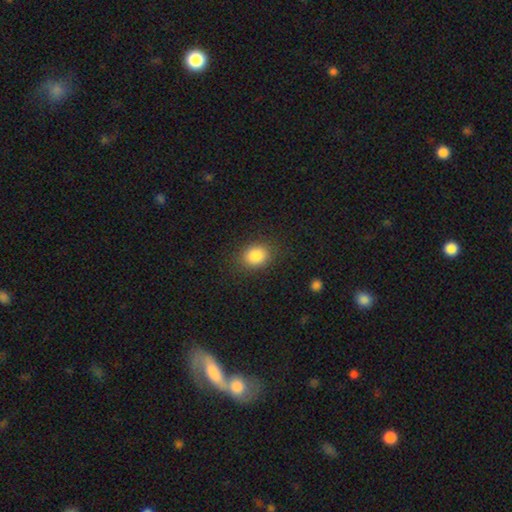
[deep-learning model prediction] smooth 86%, star or artifact 9%, featured or disk 5%. Down the decision tree: how rounded — in between (50%); merging — none (84%).